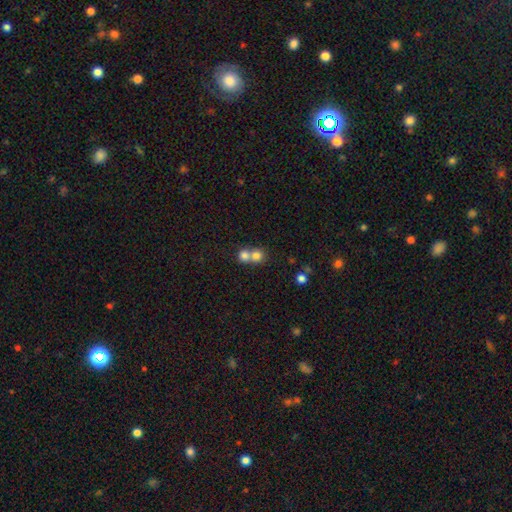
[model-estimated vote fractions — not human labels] The model was most divided on "merging": merger: 63%, none: 31%, minor disturbance: 4%, major disturbance: 2%. More confident: how rounded — round (84%); smooth or featured — smooth (77%).